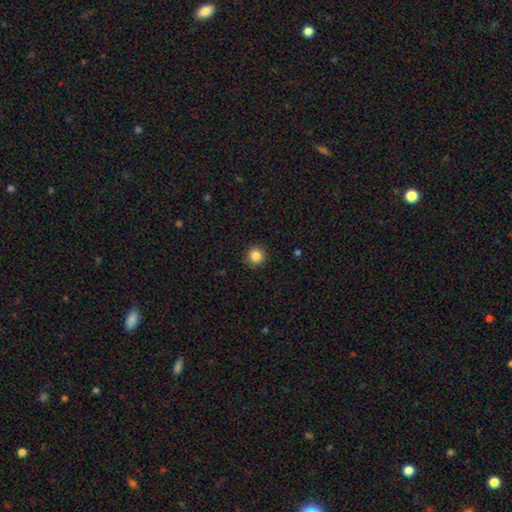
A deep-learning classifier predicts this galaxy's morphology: A smooth galaxy with no disk features (86%) that is round (94%). Merging: none (91%).